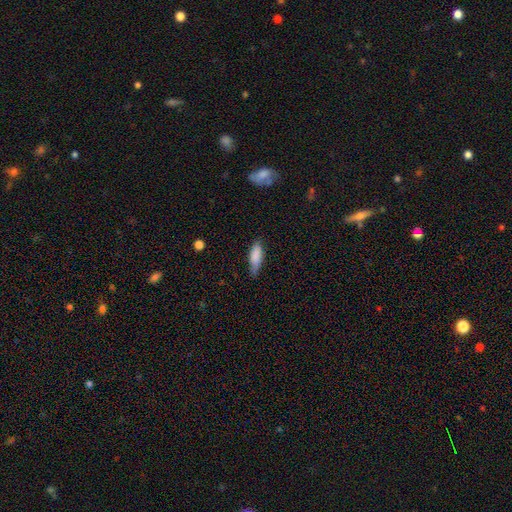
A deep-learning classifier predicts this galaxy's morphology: Smooth or featured?
  - smooth: 82% *
  - featured or disk: 11%
  - star or artifact: 7%
How rounded?
  - in between: 59% *
  - cigar-shaped: 39%
  - round: 2%
Merging?
  - none: 67% *
  - minor disturbance: 27%
  - major disturbance: 5%
  - merger: 2%